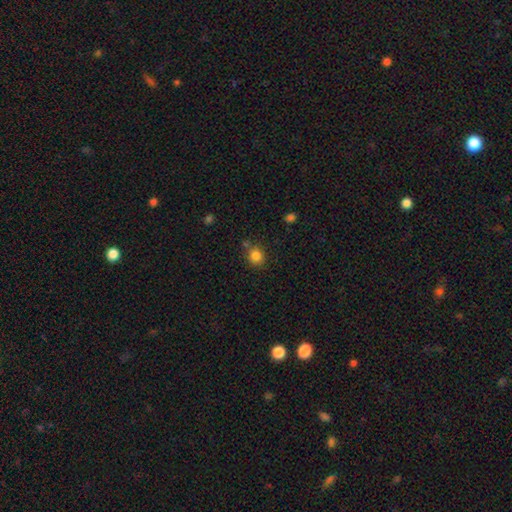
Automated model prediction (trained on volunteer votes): Smooth or featured?
  - smooth: 84% *
  - star or artifact: 11%
  - featured or disk: 5%
How rounded?
  - round: 81% *
  - in between: 18%
  - cigar-shaped: 1%
Merging?
  - none: 74% *
  - minor disturbance: 13%
  - merger: 9%
  - major disturbance: 4%